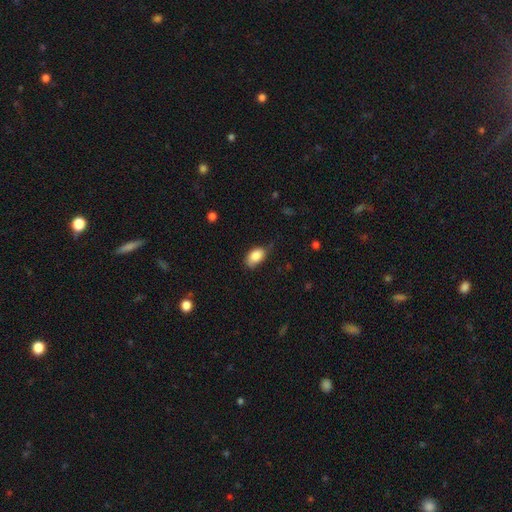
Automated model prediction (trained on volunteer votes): This is clearly a smooth galaxy (86%). How rounded: clearly in between (91%). Merging: likely none (67%).